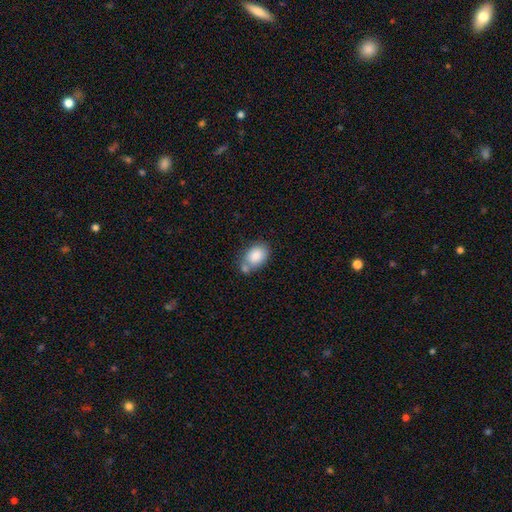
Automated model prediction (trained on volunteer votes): Smooth or featured? smooth (84%)
How rounded? in between (81%)
Merging? none (50%)